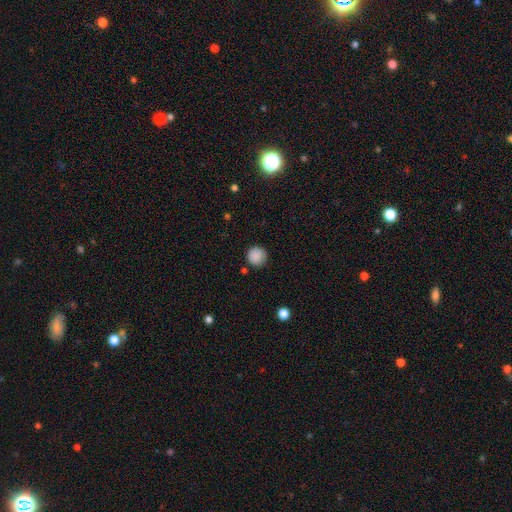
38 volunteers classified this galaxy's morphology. Smooth or featured? 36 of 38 (95%) said smooth. How rounded? 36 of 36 (100%) said round. Merging? 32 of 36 (89%) said none.